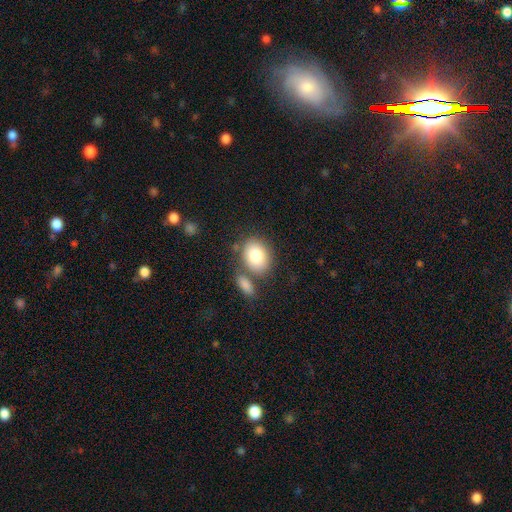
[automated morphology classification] The model was most divided on "how rounded": in between: 63%, round: 36%, cigar-shaped: 1%. More confident: smooth or featured — smooth (80%); merging — none (62%).